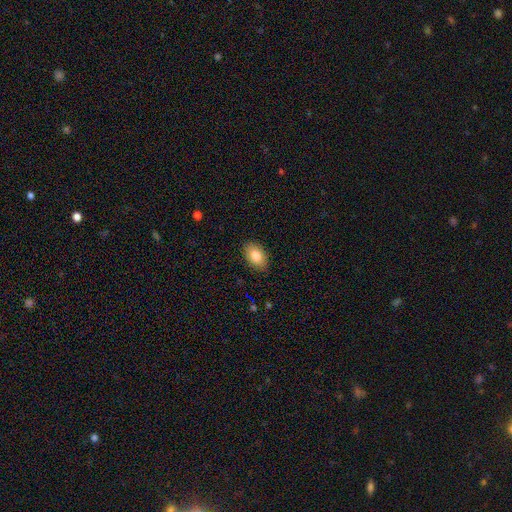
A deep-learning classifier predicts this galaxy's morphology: Smooth or featured? Predicted: smooth (p=0.83). How rounded? Predicted: in between (p=0.89). Merging? Predicted: none (p=0.88).